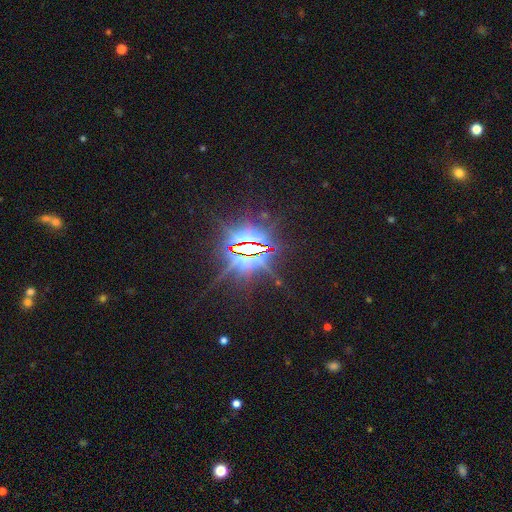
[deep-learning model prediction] This is clearly a star or artifact rather than a galaxy (85%).